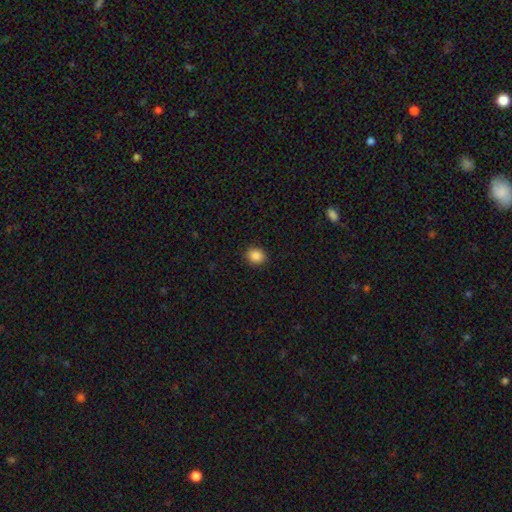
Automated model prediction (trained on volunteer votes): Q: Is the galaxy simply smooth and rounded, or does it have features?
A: smooth — 88%.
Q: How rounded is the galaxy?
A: round — 62%.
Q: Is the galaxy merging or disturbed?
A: none — 90%.